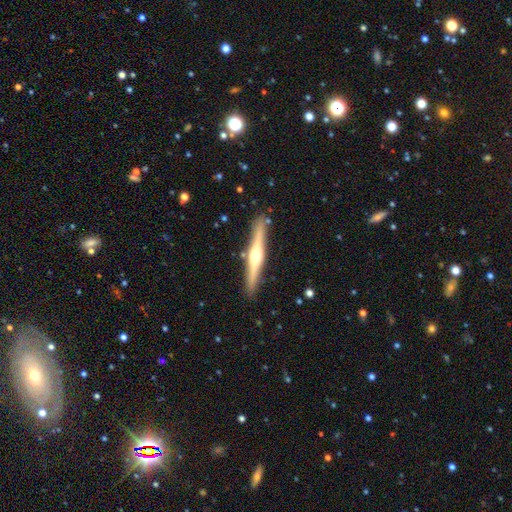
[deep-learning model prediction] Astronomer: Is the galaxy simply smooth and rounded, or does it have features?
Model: featured or disk — 71%.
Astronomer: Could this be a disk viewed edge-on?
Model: yes — 98%.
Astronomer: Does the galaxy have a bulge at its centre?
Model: rounded — 93%.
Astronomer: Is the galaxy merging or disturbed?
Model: none — 87%.